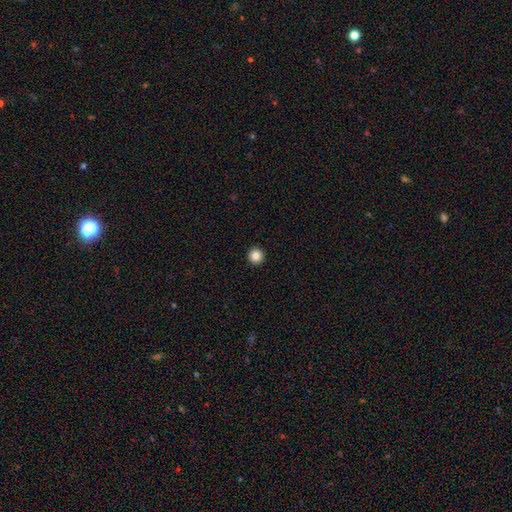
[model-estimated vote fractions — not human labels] A smooth galaxy with no disk features (85%) that is round (95%). Merging: none (94%).